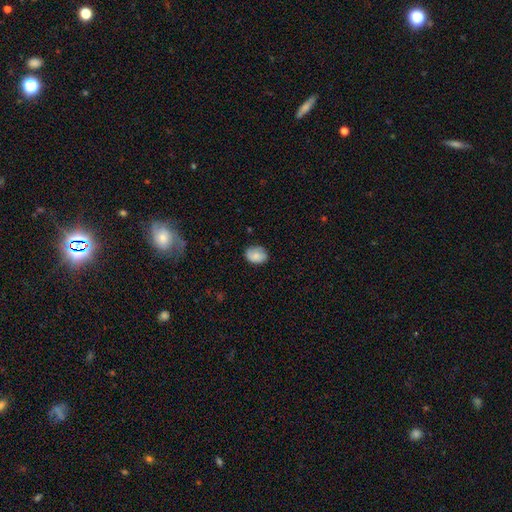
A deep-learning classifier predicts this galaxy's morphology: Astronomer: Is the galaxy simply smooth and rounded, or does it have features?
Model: smooth — 78%.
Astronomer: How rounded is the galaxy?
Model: in between — 66%.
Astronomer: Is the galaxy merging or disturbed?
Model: none — 75%.